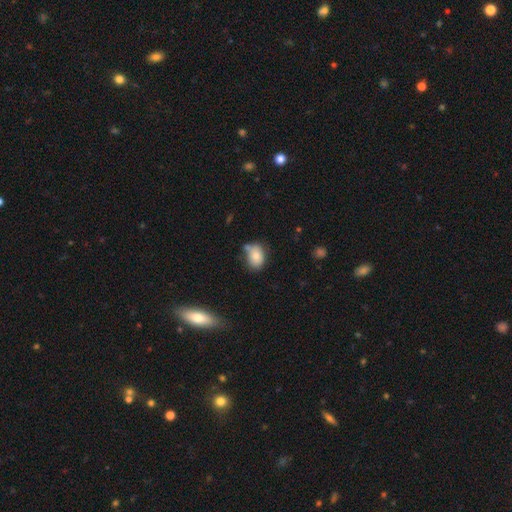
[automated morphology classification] Smooth or featured: smooth — 79% (featured or disk — 12%)
How rounded: in between — 74% (round — 25%)
Merging: none — 60% (minor disturbance — 22%)